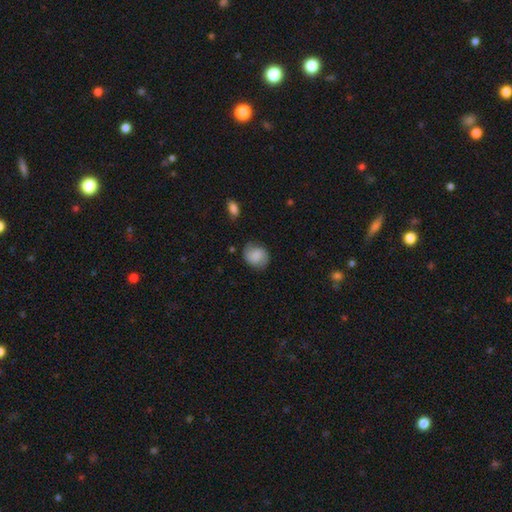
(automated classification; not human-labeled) Smooth or featured: smooth — 63% (featured or disk — 29%)
How rounded: round — 65% (in between — 34%)
Merging: none — 72% (minor disturbance — 21%)